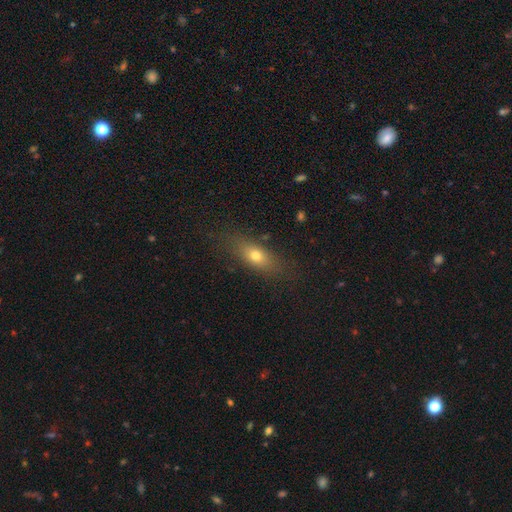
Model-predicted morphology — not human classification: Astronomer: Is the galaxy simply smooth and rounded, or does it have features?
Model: smooth — 70%.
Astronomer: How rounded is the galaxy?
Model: in between — 69%.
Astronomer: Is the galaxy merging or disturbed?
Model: none — 79%.